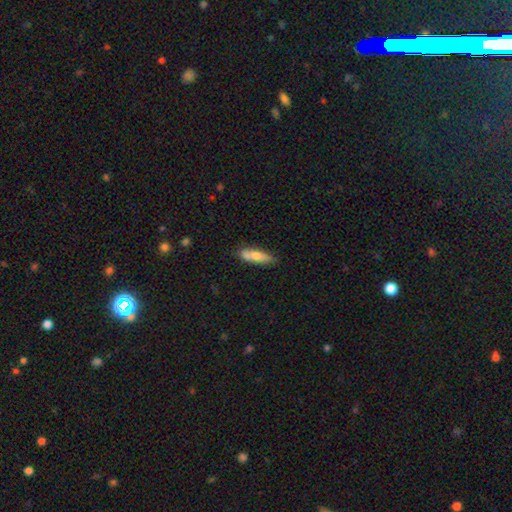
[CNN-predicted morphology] Q: Smooth or featured?
A: smooth (66%); runner-up: featured or disk (27%)
Q: How rounded?
A: cigar-shaped (57%); runner-up: in between (40%)
Q: Merging?
A: none (63%); runner-up: minor disturbance (19%)